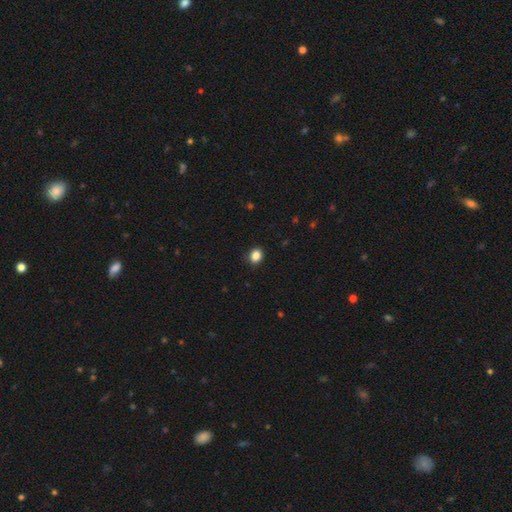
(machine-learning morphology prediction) smooth-or-featured: smooth: 86% | star or artifact: 10% | featured or disk: 4%
  how-rounded: round: 50% | in between: 49% | cigar-shaped: 1%
  merging: none: 88% | minor disturbance: 9% | major disturbance: 2% | merger: 1%